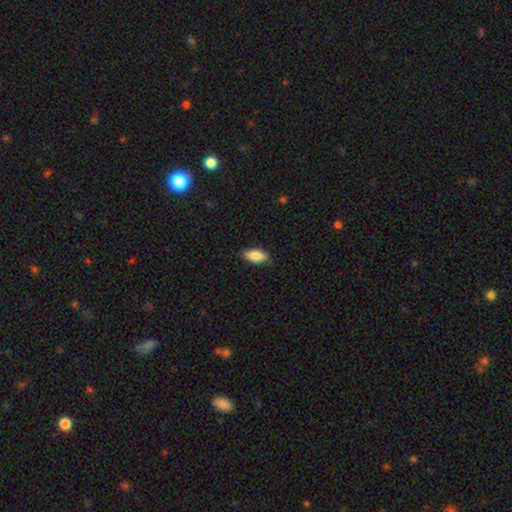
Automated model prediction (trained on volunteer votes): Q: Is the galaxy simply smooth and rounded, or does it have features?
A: smooth — 83%.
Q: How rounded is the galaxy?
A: in between — 88%.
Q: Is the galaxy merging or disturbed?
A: none — 80%.